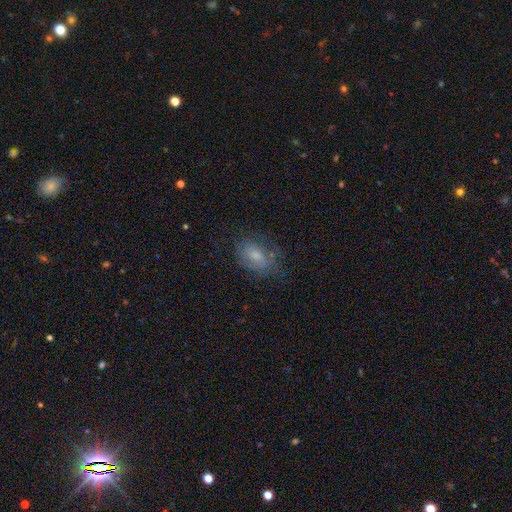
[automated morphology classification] Q: Smooth or featured?
A: smooth (60%); runner-up: featured or disk (29%)
Q: How rounded?
A: in between (81%); runner-up: round (17%)
Q: Merging?
A: none (55%); runner-up: minor disturbance (26%)